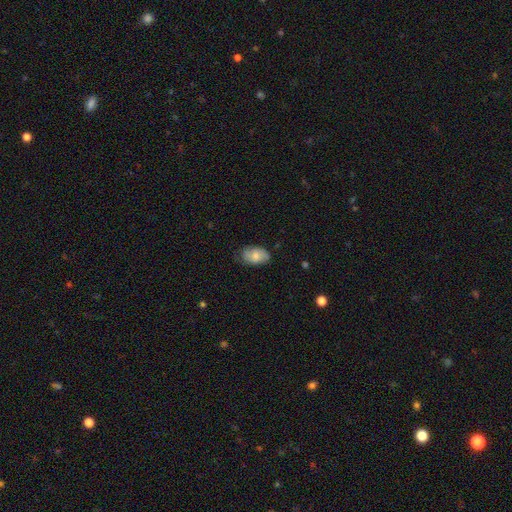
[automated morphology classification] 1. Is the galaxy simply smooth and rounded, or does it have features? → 71% smooth, 22% featured or disk, 7% star or artifact.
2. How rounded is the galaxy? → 91% in between, 8% round, 2% cigar-shaped.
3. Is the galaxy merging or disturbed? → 66% none, 27% minor disturbance, 6% major disturbance, 1% merger.